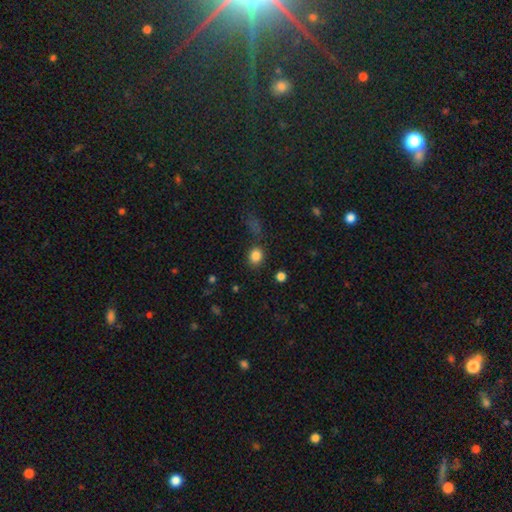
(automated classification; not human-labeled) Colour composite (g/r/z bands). It shows a smooth galaxy with no disk features (83%) that is round (63%). Merging: none (78%).